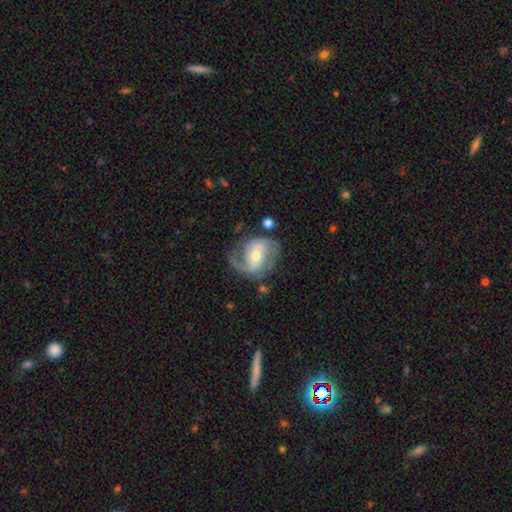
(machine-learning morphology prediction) A featured or disk galaxy (84%) with a weak bar (44%), 2 (71%) medium (49%) spiral arms (95%) and a moderate central bulge (51%). Merging: none (64%).